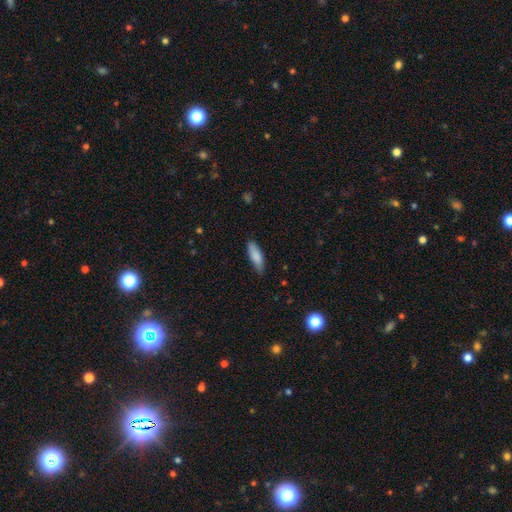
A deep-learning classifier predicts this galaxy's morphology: This is clearly a smooth galaxy (85%). How rounded: possibly in between (57%). Merging: likely none (79%).